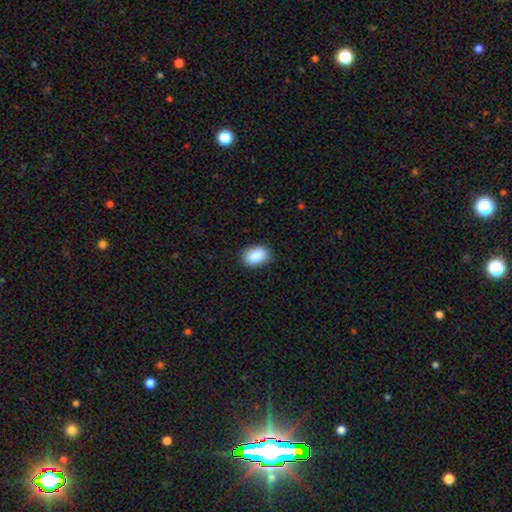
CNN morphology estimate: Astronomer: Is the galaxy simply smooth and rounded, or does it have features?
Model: smooth — 89%.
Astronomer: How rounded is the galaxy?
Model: in between — 88%.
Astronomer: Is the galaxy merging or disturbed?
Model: none — 85%.